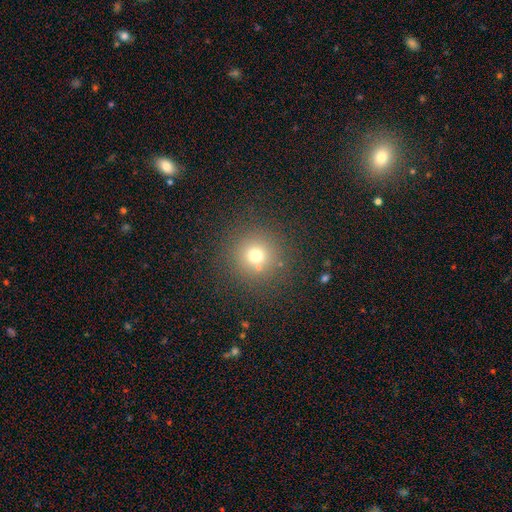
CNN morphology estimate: Smooth or featured? Predicted: smooth (p=0.70). How rounded? Predicted: round (p=0.94). Merging? Predicted: none (p=0.82).